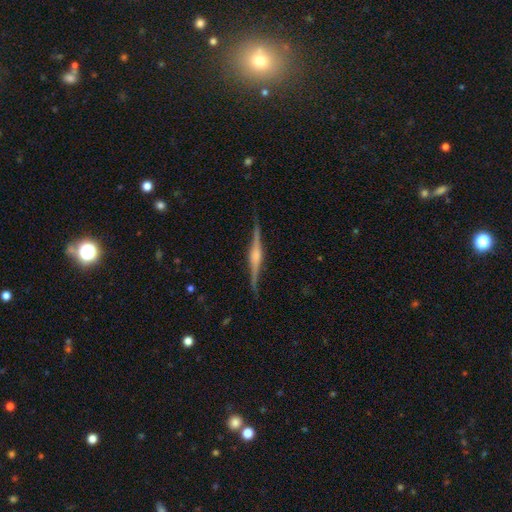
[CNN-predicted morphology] Smooth or featured?
  - featured or disk: 87% *
  - smooth: 8%
  - star or artifact: 5%
Edge-on disk?
  - yes: 98% *
  - no: 2%
Edge-on bulge?
  - rounded: 78% *
  - boxy: 17%
  - none: 5%
Merging?
  - none: 89% *
  - minor disturbance: 8%
  - major disturbance: 2%
  - merger: 1%